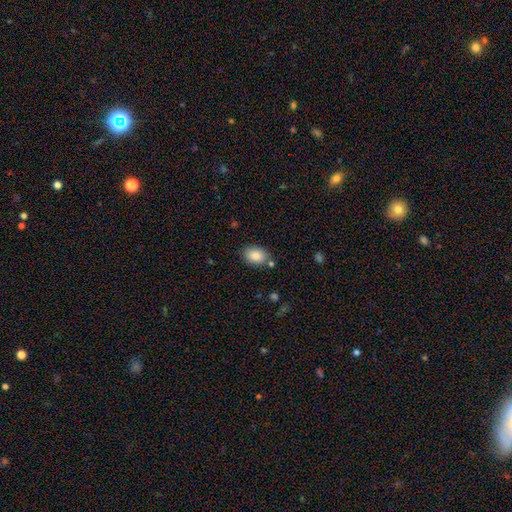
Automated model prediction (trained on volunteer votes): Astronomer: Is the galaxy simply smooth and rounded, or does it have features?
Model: smooth — 87%.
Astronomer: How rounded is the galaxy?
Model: in between — 80%.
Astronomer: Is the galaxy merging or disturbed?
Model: none — 81%.